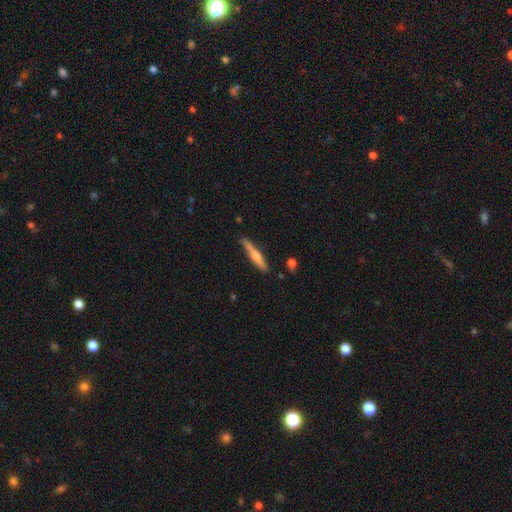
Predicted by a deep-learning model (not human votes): This is possibly a smooth galaxy (57%). How rounded: clearly cigar-shaped (92%). Merging: clearly none (83%).